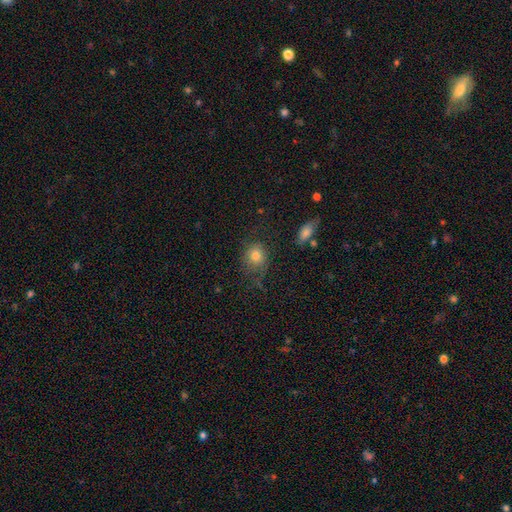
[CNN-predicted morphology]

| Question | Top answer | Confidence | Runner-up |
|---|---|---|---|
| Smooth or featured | smooth | 79% | star or artifact (11%) |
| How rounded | round | 75% | in between (24%) |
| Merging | none | 64% | minor disturbance (22%) |